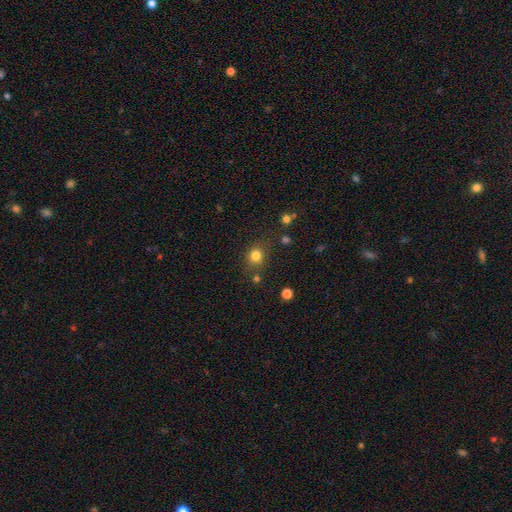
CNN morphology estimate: A smooth galaxy with no disk features (80%) that is round (75%). Merging: none (75%).